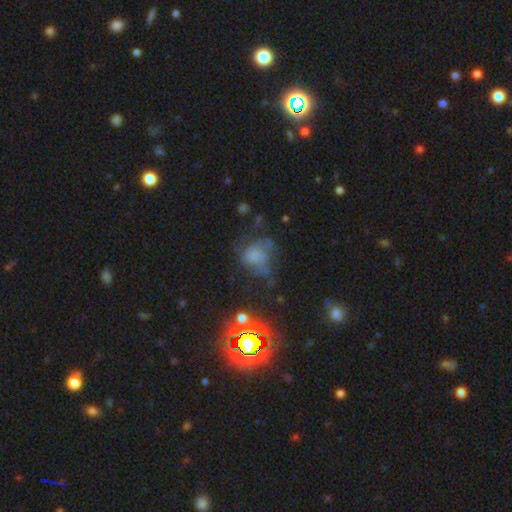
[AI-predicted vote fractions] Smooth or featured? Predicted: smooth (p=0.49). Merging? Predicted: none (p=0.35).